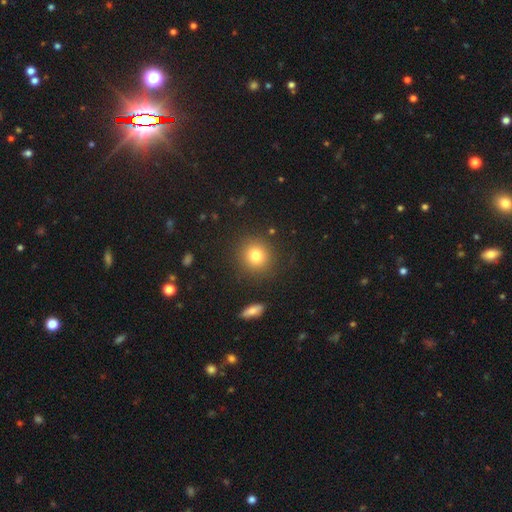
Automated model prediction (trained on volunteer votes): Q: Smooth or featured?
A: smooth (80%); runner-up: star or artifact (12%)
Q: How rounded?
A: round (90%); runner-up: in between (9%)
Q: Merging?
A: none (87%); runner-up: minor disturbance (8%)